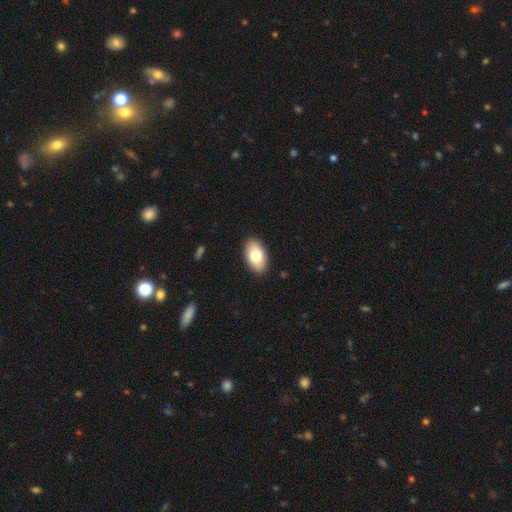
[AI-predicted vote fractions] smooth_or_featured: smooth (p=0.76) [alt: featured or disk p=0.17]
how_rounded: in between (p=0.94) [alt: round p=0.05]
merging: none (p=0.89) [alt: minor disturbance p=0.08]